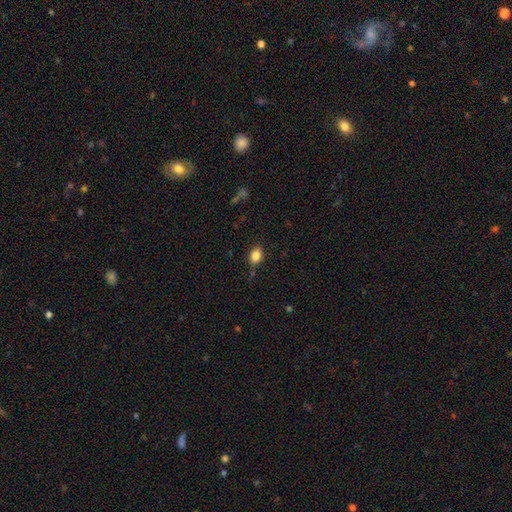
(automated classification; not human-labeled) A smooth galaxy with no disk features (84%) that is in between round and cigar-shaped (66%).

Vote fractions:
- Smooth or featured? smooth: 84% / star or artifact: 10% / featured or disk: 5%
- How rounded? in between: 66% / round: 32% / cigar-shaped: 1%
- Merging? none: 79% / minor disturbance: 15% / major disturbance: 3% / merger: 3%